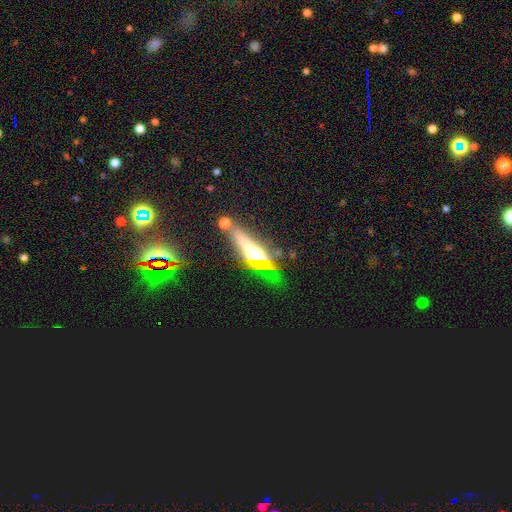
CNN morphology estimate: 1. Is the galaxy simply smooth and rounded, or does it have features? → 51% featured or disk, 26% smooth, 23% star or artifact.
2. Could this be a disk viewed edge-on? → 81% yes, 19% no.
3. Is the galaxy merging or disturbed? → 64% none, 16% minor disturbance, 10% major disturbance, 10% merger.